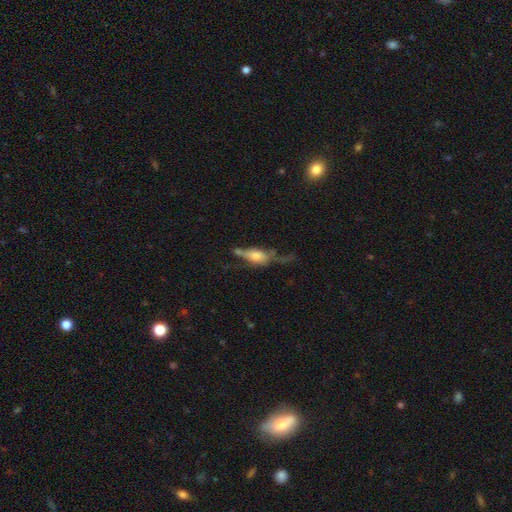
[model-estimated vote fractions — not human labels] Smooth or featured: featured or disk — 58% (smooth — 31%)
Edge-on disk: yes — 65% (no — 35%)
Merging: none — 35% (major disturbance — 31%)